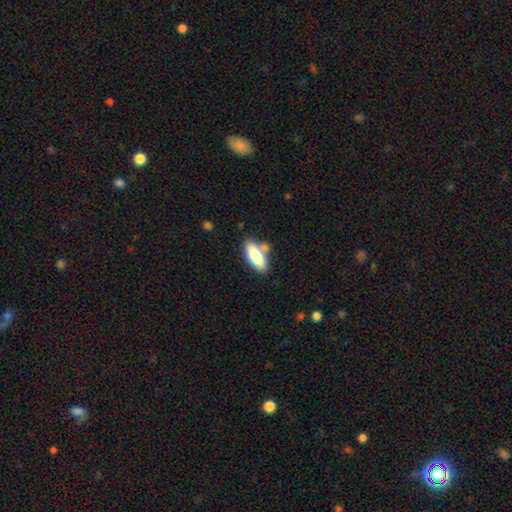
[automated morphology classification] smooth_or_featured: smooth (p=0.76) [alt: featured or disk p=0.18]
how_rounded: in between (p=0.68) [alt: cigar-shaped p=0.30]
merging: none (p=0.69) [alt: merger p=0.14]